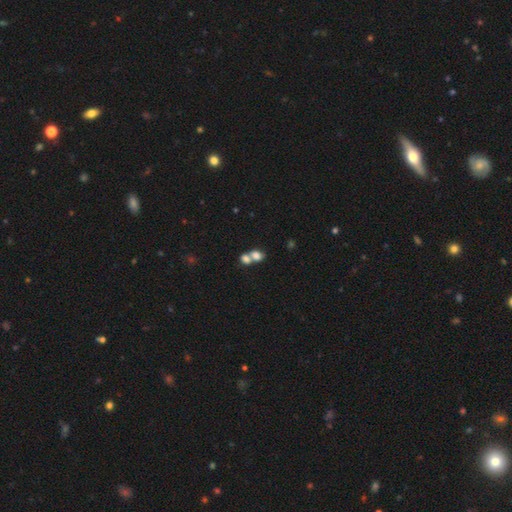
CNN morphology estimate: smooth-or-featured: smooth: 76% | featured or disk: 13% | star or artifact: 11%
  how-rounded: in between: 62% | round: 36% | cigar-shaped: 2%
  merging: merger: 67% | none: 23% | minor disturbance: 6% | major disturbance: 4%